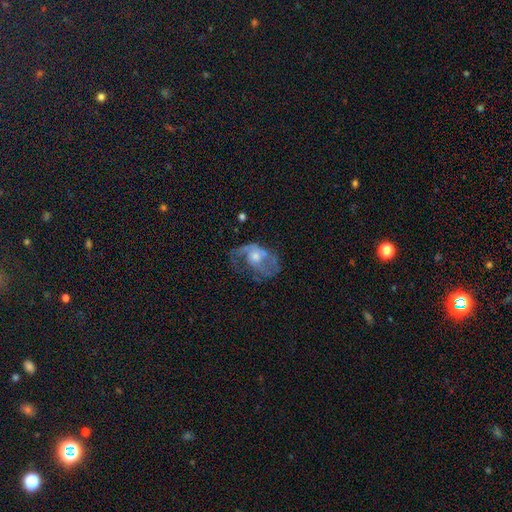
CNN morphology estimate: A featured or disk galaxy (71%) with no bar (72%), 2 (57%) medium (43%) spiral arms (77%) and a moderate central bulge (55%). Merging: none (44%).